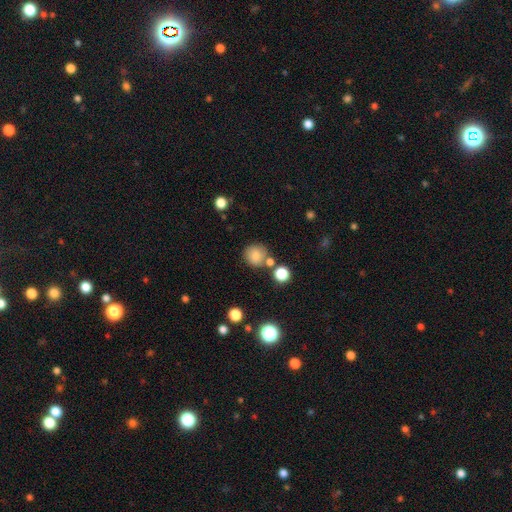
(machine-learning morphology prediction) Smooth or featured? Predicted: smooth (p=0.81). How rounded? Predicted: round (p=0.90). Merging? Predicted: none (p=0.74).